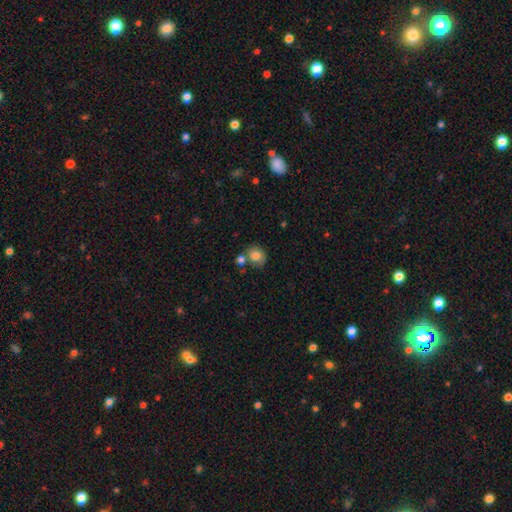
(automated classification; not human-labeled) A smooth galaxy with no disk features (80%) that is round (75%).

Vote fractions:
- Smooth or featured? smooth: 80% / featured or disk: 11% / star or artifact: 9%
- How rounded? round: 75% / in between: 24% / cigar-shaped: 1%
- Merging? none: 62% / merger: 22% / minor disturbance: 13% / major disturbance: 4%